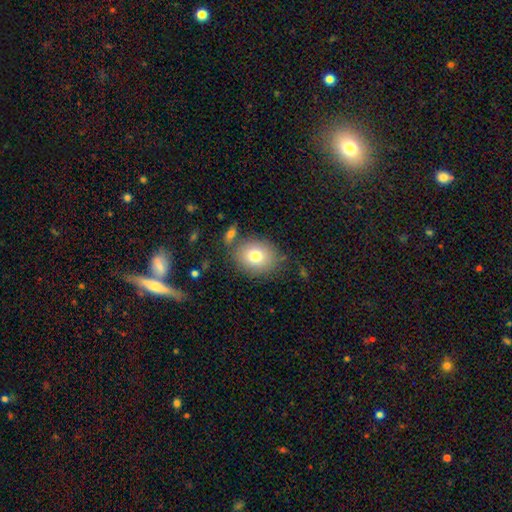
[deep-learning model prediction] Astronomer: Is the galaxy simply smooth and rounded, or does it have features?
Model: smooth — 49% (runner-up: star or artifact, 30%).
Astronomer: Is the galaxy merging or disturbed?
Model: none — 81%.